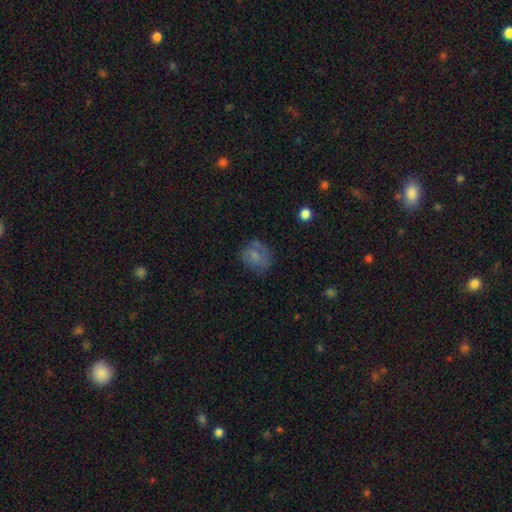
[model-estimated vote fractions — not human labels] Smooth or featured?
  - smooth: 66% *
  - featured or disk: 24%
  - star or artifact: 10%
How rounded?
  - round: 59% *
  - in between: 40%
  - cigar-shaped: 1%
Merging?
  - none: 62% *
  - minor disturbance: 23%
  - major disturbance: 12%
  - merger: 3%